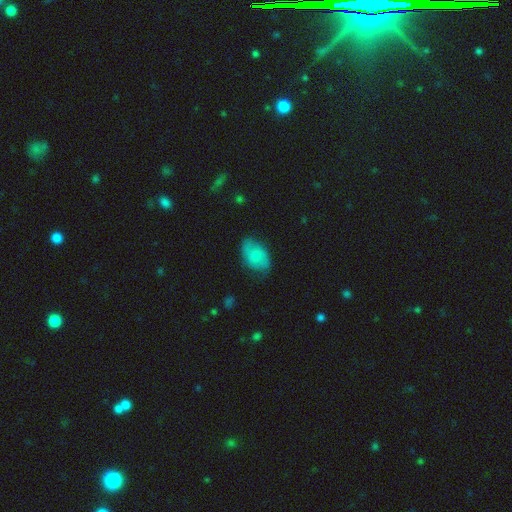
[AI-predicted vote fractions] A smooth galaxy with no disk features (55%) that is in between round and cigar-shaped (88%). Merging: none (68%).